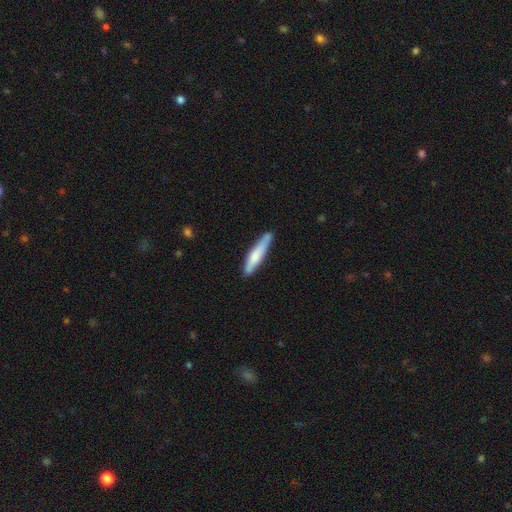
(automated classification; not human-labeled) smooth-or-featured: smooth: 67% | featured or disk: 28% | star or artifact: 5%
  how-rounded: cigar-shaped: 89% | in between: 10% | round: 1%
  merging: none: 71% | minor disturbance: 21% | merger: 5% | major disturbance: 3%